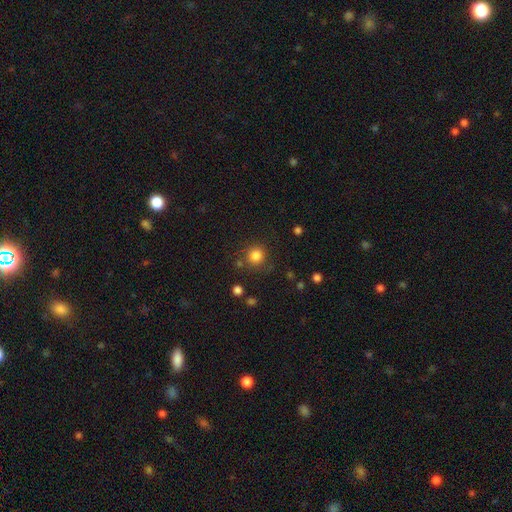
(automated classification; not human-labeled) This appears to be a smooth galaxy with no disk features (83%) that is round (93%). Merging: none (80%).